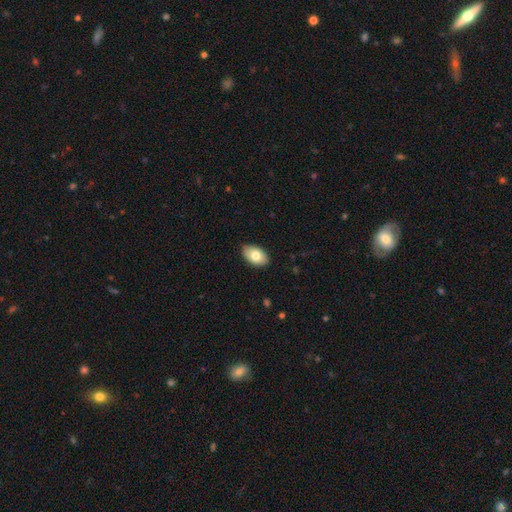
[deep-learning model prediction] smooth-or-featured: smooth: 78% | featured or disk: 15% | star or artifact: 7%
  how-rounded: in between: 92% | round: 7% | cigar-shaped: 1%
  merging: none: 85% | minor disturbance: 12% | major disturbance: 2% | merger: 1%